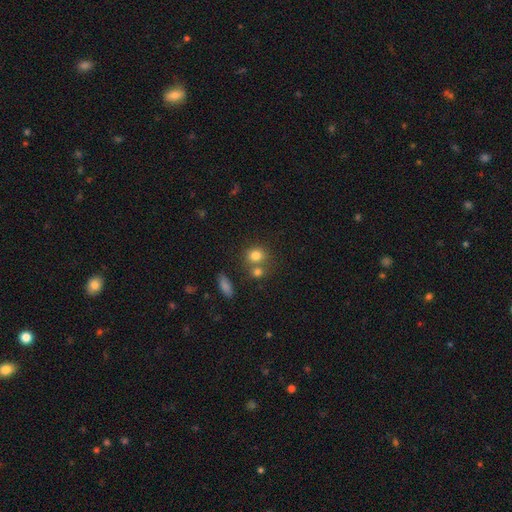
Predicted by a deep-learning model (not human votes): The model was most divided on "merging": none: 53%, merger: 33%, minor disturbance: 11%, major disturbance: 4%. More confident: smooth or featured — smooth (80%); how rounded — round (69%).